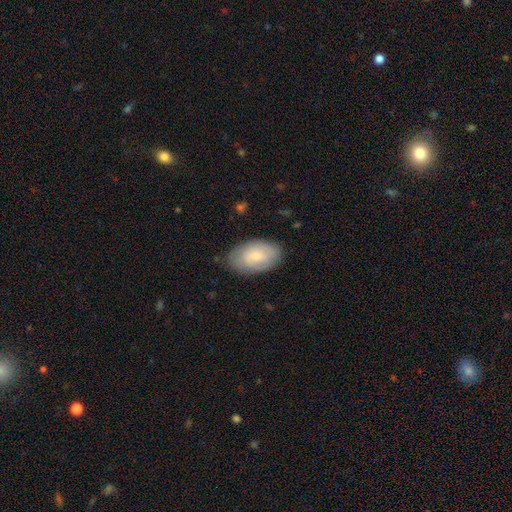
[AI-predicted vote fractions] smooth 64%, featured or disk 29%, star or artifact 6%. Down the decision tree: how rounded — in between (92%); merging — none (76%).